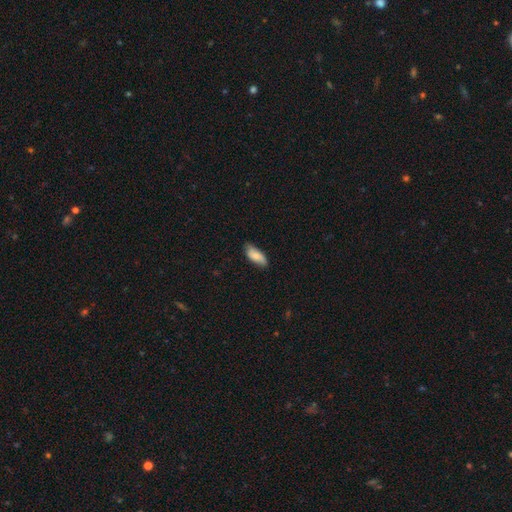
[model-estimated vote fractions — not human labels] The model was most divided on "merging": none: 77%, minor disturbance: 19%, major disturbance: 3%, merger: 1%. More confident: how rounded — in between (82%); smooth or featured — smooth (78%).